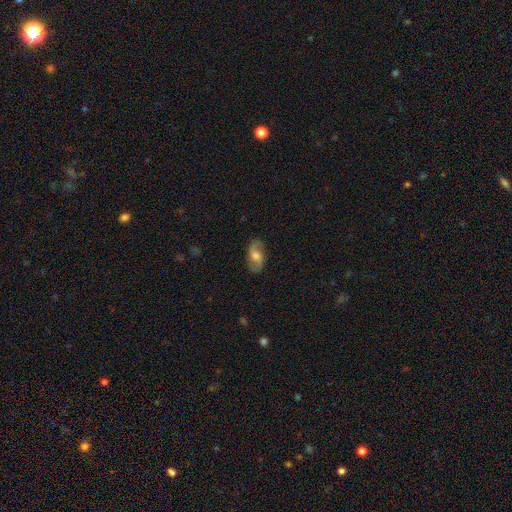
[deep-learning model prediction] Morphology: type=featured or disk (62%); edge-on=no (94%); bar=no (52%); spiral arms=yes (89%); winding=loose (57%); arm count=2 (90%); bulge=moderate (56%); merging=none (82%).